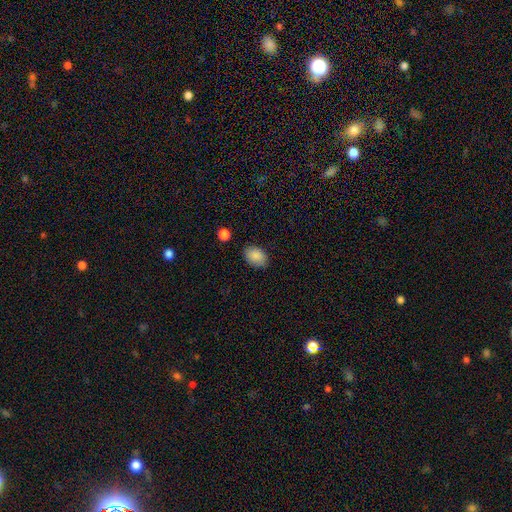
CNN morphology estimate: Smooth or featured? smooth (88%)
How rounded? in between (80%)
Merging? none (82%)